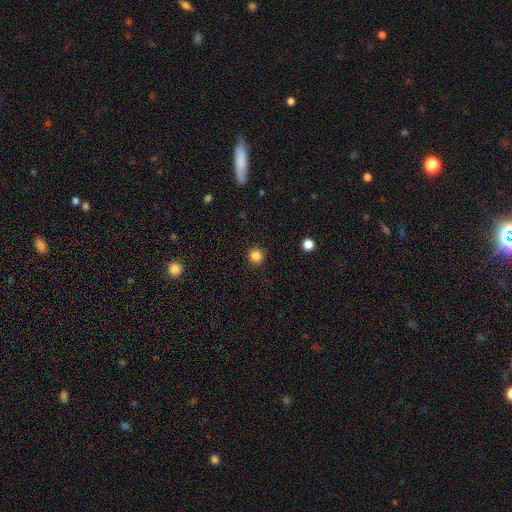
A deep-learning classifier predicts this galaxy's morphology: type=smooth (85%); roundness=round (93%); merging=none (90%).